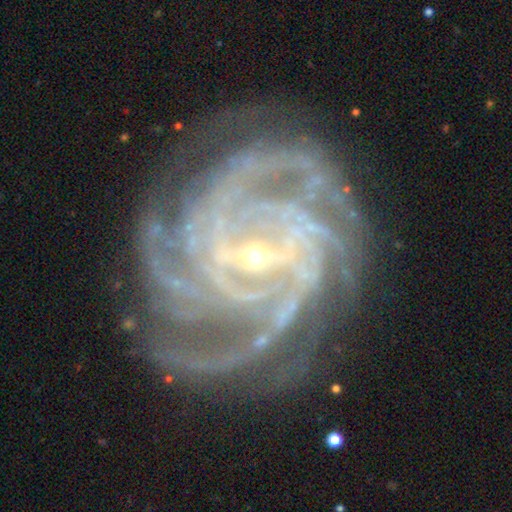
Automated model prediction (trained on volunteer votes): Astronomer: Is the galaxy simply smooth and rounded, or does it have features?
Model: featured or disk — 92%.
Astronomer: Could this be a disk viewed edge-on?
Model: no — 97%.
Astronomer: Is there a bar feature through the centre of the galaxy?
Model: strong — 47% (runner-up: weak, 35%).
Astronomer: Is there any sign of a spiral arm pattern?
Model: yes — 98%.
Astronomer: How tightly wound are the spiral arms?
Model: tight — 65%.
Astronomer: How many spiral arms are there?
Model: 4 — 28% (runner-up: more than 4, 21%).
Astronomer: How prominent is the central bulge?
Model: small — 83%.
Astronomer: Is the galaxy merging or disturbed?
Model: none — 67%.